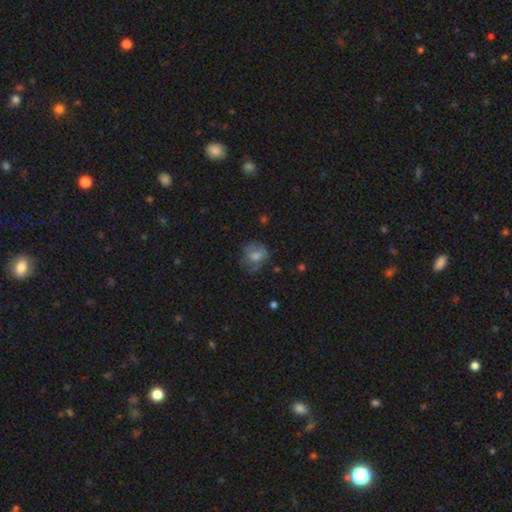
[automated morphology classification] The model was most divided on "smooth or featured": smooth: 49%, featured or disk: 37%, star or artifact: 14%. More confident: merging — none (59%).